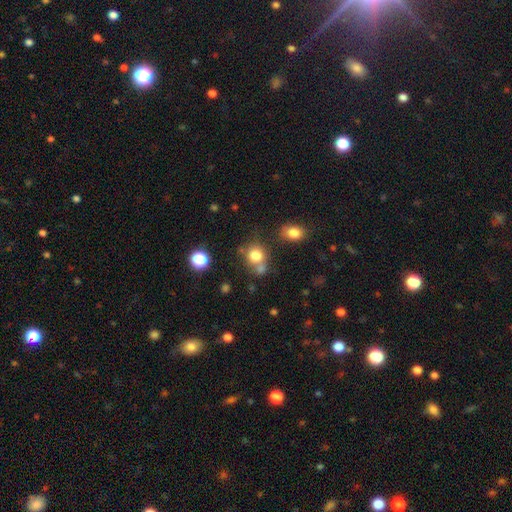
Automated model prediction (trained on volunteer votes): Smooth or featured: smooth — 78% (star or artifact — 13%)
How rounded: round — 78% (in between — 21%)
Merging: none — 56% (merger — 24%)